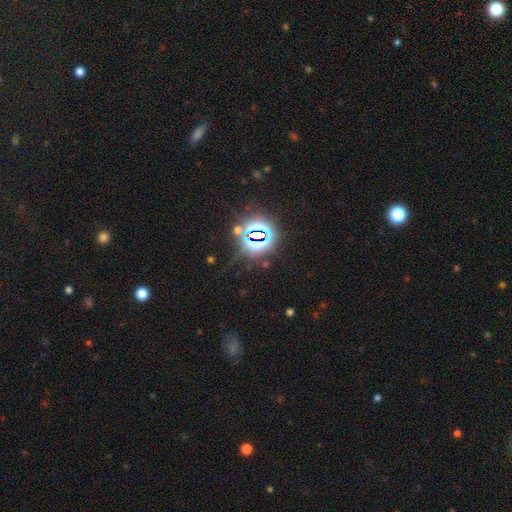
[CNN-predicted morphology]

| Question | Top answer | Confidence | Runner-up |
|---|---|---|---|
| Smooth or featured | star or artifact | 82% | smooth (11%) |